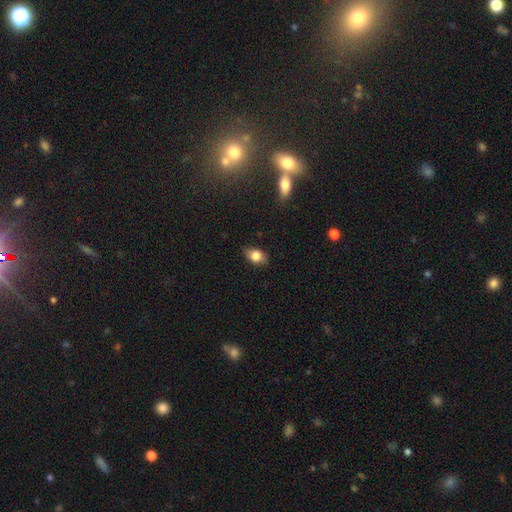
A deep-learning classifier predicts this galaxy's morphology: smooth_or_featured: smooth (p=0.79) [alt: featured or disk p=0.12]
how_rounded: in between (p=0.79) [alt: round p=0.18]
merging: none (p=0.79) [alt: minor disturbance p=0.16]